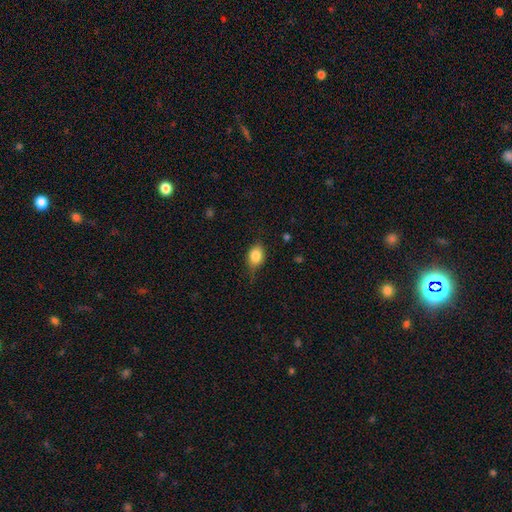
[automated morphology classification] smooth_or_featured: smooth (p=0.82) [alt: featured or disk p=0.10]
how_rounded: in between (p=0.68) [alt: round p=0.30]
merging: none (p=0.65) [alt: minor disturbance p=0.27]